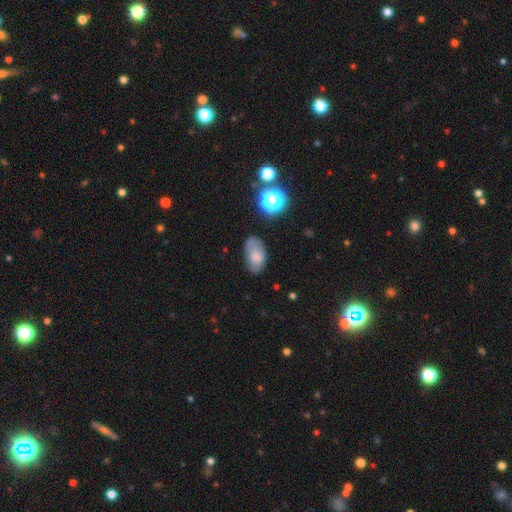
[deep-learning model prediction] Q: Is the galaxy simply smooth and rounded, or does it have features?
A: smooth — 72%.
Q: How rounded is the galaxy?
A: in between — 91%.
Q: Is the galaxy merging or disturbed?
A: none — 60%.